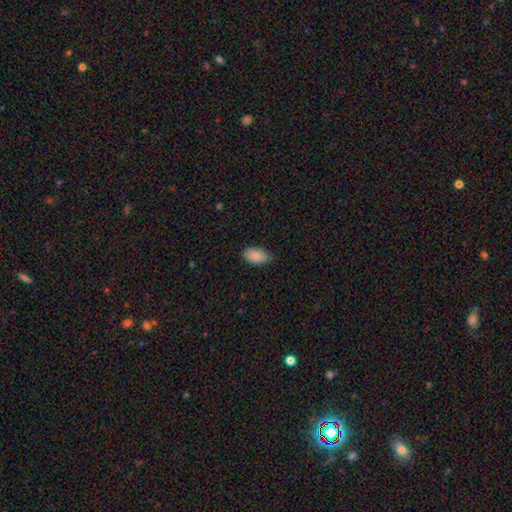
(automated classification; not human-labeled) A smooth galaxy with no disk features (89%) that is in between round and cigar-shaped (94%). Merging: none (75%).